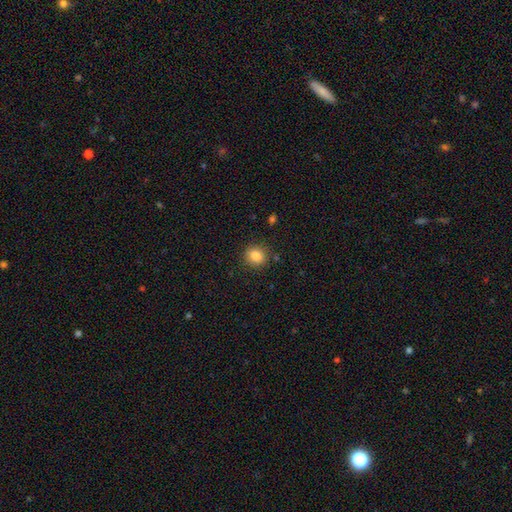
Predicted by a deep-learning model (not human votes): This is clearly a smooth galaxy (86%). How rounded: likely round (78%). Merging: clearly none (86%).